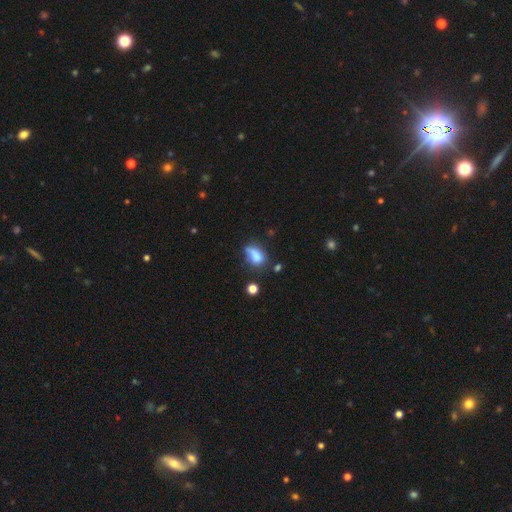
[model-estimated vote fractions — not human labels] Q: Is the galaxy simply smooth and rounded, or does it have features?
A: smooth — 75%.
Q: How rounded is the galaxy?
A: in between — 80%.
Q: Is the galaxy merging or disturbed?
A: none — 39%.